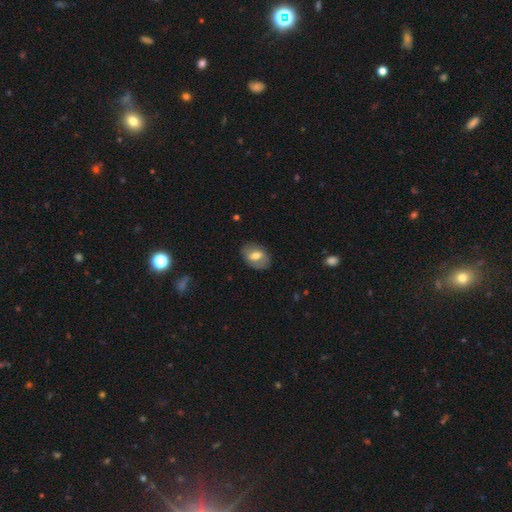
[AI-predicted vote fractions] The model was most divided on "smooth or featured": smooth: 55%, featured or disk: 37%, star or artifact: 7%. More confident: merging — none (79%); how rounded — in between (79%).